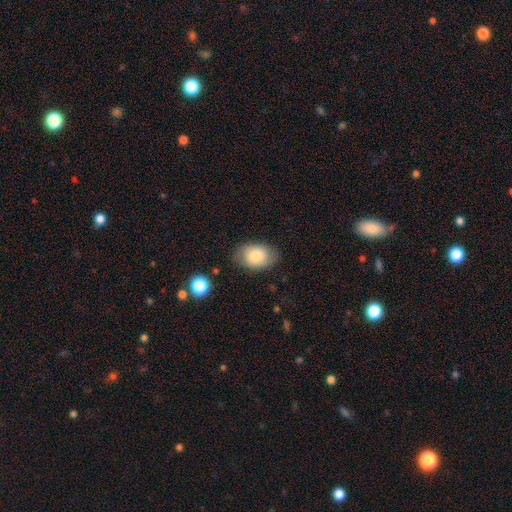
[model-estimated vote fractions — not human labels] smooth-or-featured: smooth: 77% | featured or disk: 15% | star or artifact: 8%
  how-rounded: in between: 76% | round: 23% | cigar-shaped: 1%
  merging: none: 74% | minor disturbance: 19% | major disturbance: 5% | merger: 2%